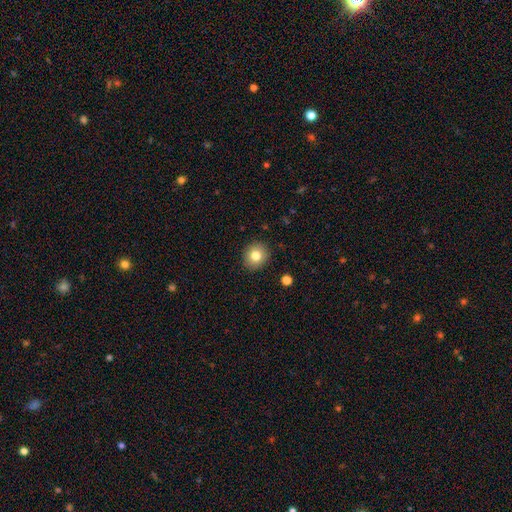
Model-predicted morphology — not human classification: Smooth or featured: smooth — 80% (star or artifact — 10%)
How rounded: round — 87% (in between — 12%)
Merging: none — 91% (minor disturbance — 6%)